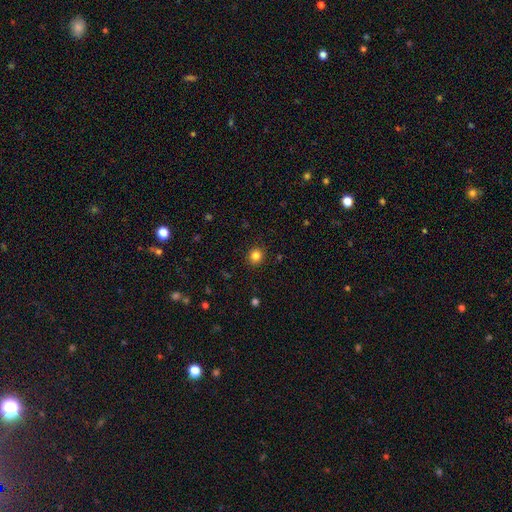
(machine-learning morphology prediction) A smooth galaxy with no disk features (83%) that is round (92%). Merging: none (92%).